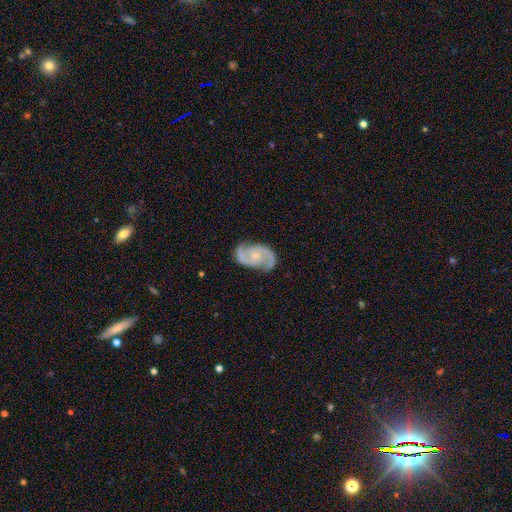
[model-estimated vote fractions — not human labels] featured or disk 91%, smooth 5%, star or artifact 4%. Down the decision tree: edge-on disk — no (98%); bar — no (61%); spiral arms — yes (98%); spiral arm count — 2 (94%); spiral winding — medium (59%); bulge size — small (54%); merging — none (82%).